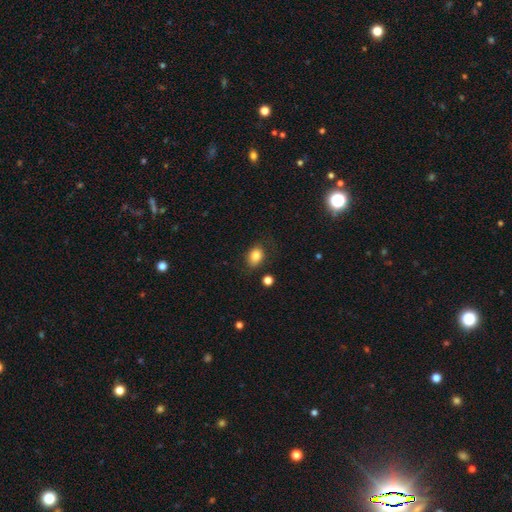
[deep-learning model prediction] The model was most divided on "how rounded": in between: 68%, round: 31%, cigar-shaped: 1%. More confident: smooth or featured — smooth (82%); merging — none (75%).